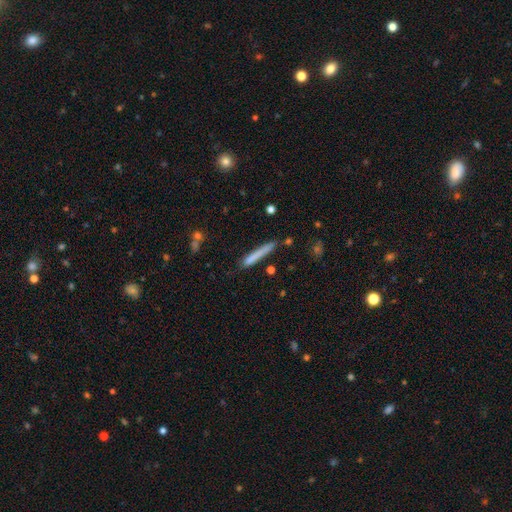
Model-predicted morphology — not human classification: This appears to be a smooth galaxy with no disk features (72%) that is cigar-shaped (96%). Merging: none (80%).